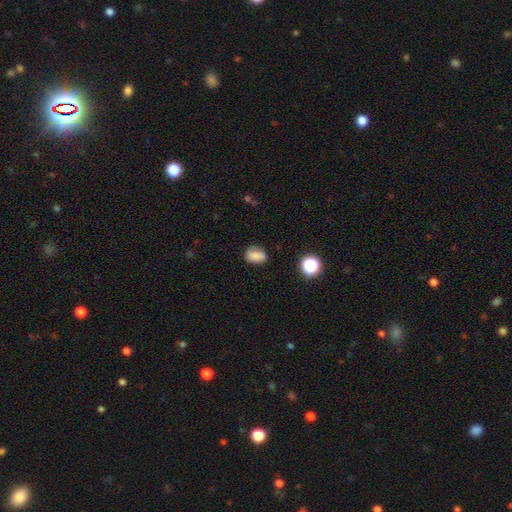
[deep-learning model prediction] smooth_or_featured: smooth (p=0.78) [alt: star or artifact p=0.12]
how_rounded: in between (p=0.73) [alt: round p=0.26]
merging: none (p=0.71) [alt: minor disturbance p=0.21]